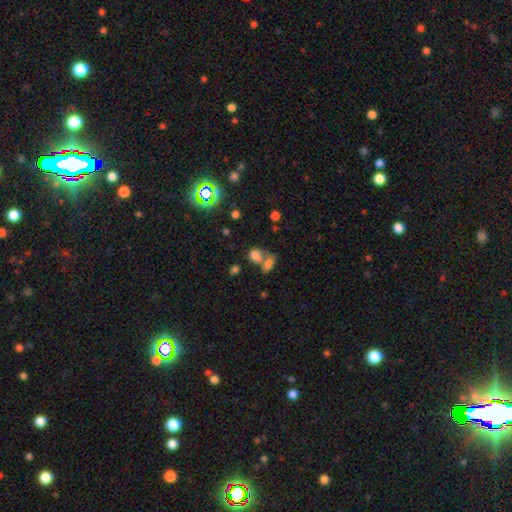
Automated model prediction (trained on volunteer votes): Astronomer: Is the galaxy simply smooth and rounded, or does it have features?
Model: smooth — 75%.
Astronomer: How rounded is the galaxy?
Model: in between — 49%, tied with round at 49%.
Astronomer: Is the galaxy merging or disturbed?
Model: merger — 48% (runner-up: none, 38%).